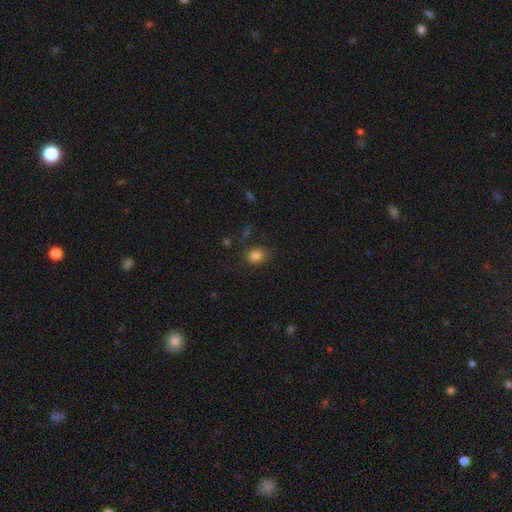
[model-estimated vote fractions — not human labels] The model was most divided on "how rounded": round: 60%, in between: 39%, cigar-shaped: 1%. More confident: smooth or featured — smooth (83%); merging — none (80%).